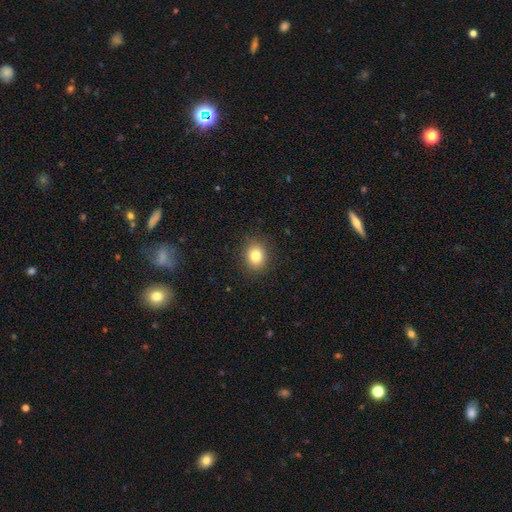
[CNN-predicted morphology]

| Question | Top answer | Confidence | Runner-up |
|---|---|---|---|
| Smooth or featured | smooth | 81% | star or artifact (11%) |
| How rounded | round | 67% | in between (32%) |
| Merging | none | 89% | minor disturbance (7%) |